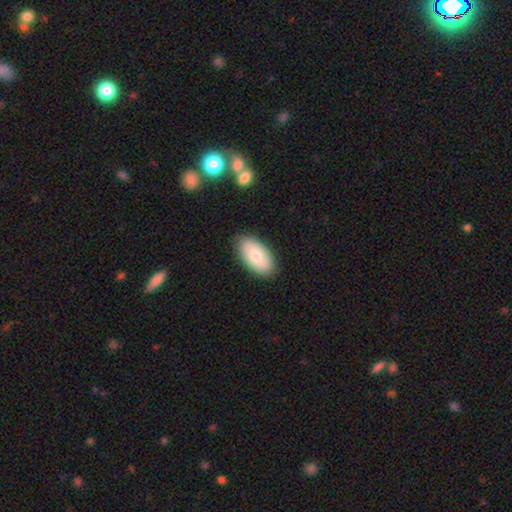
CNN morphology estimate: A smooth galaxy with no disk features (69%) that is in between round and cigar-shaped (94%). Merging: none (85%).